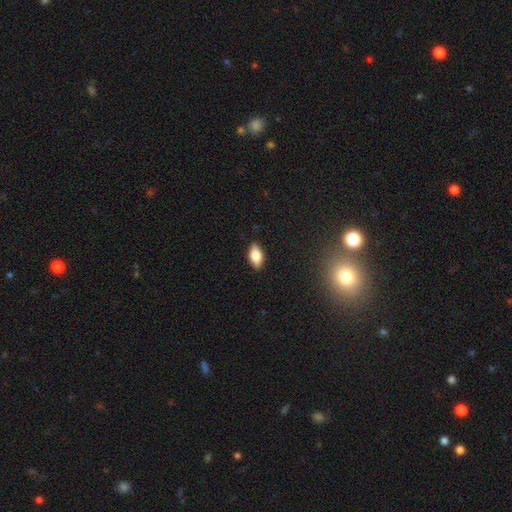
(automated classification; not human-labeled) Smooth or featured?
  - smooth: 72% *
  - featured or disk: 21%
  - star or artifact: 7%
How rounded?
  - in between: 88% *
  - cigar-shaped: 8%
  - round: 4%
Merging?
  - none: 88% *
  - minor disturbance: 9%
  - major disturbance: 2%
  - merger: 1%